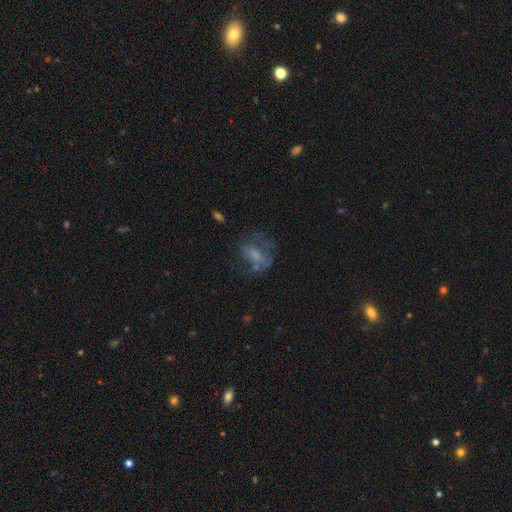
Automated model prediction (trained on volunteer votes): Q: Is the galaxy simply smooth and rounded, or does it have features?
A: featured or disk — 44%.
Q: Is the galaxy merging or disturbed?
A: none — 40%.